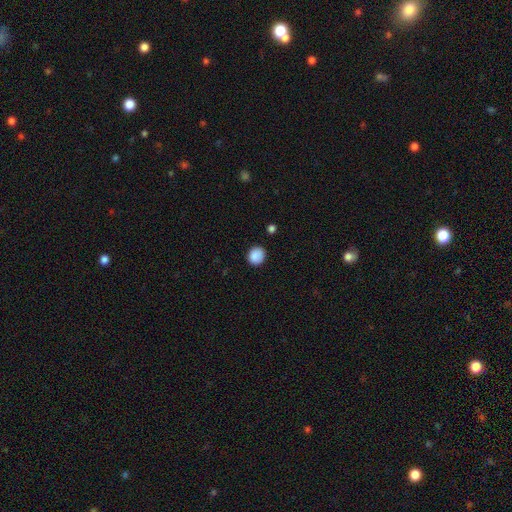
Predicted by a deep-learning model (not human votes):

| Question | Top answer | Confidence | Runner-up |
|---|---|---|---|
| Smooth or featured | smooth | 88% | star or artifact (9%) |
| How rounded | round | 75% | in between (24%) |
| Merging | none | 83% | minor disturbance (12%) |